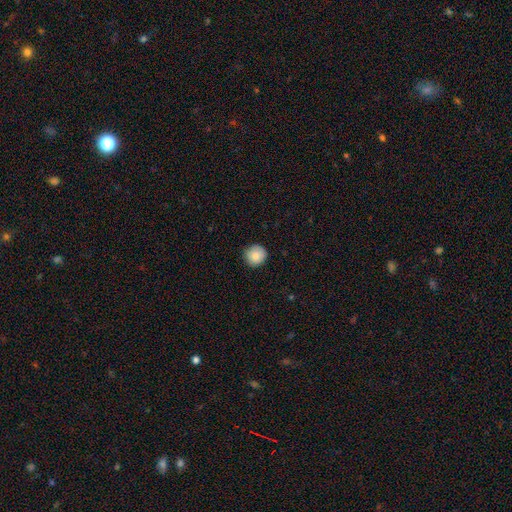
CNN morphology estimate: This appears to be a smooth galaxy with no disk features (85%) that is round (94%). Merging: none (87%).